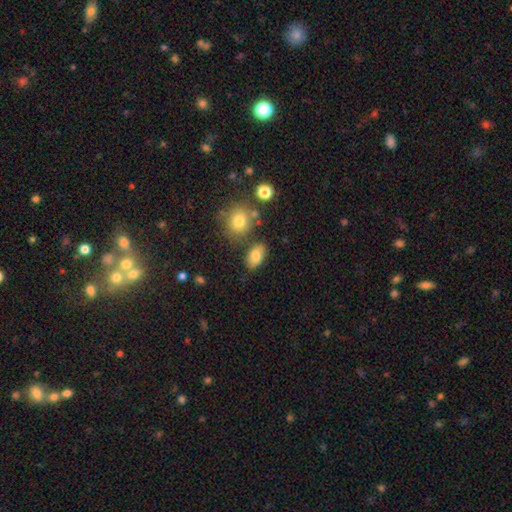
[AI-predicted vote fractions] The model was most divided on "merging": none: 75%, minor disturbance: 14%, merger: 7%, major disturbance: 4%. More confident: how rounded — in between (88%); smooth or featured — smooth (81%).